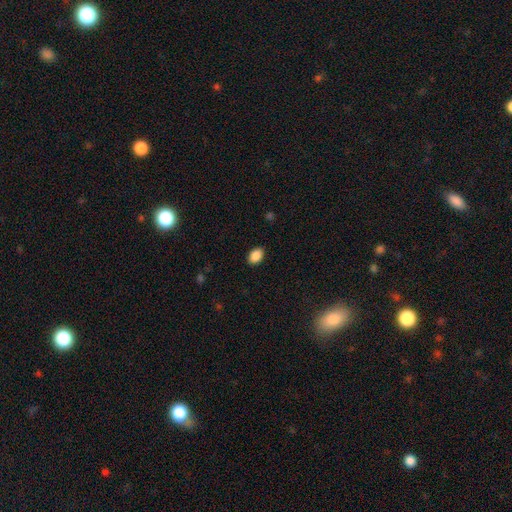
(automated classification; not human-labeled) The model was most divided on "how rounded": in between: 86%, round: 13%, cigar-shaped: 1%. More confident: smooth or featured — smooth (89%); merging — none (89%).